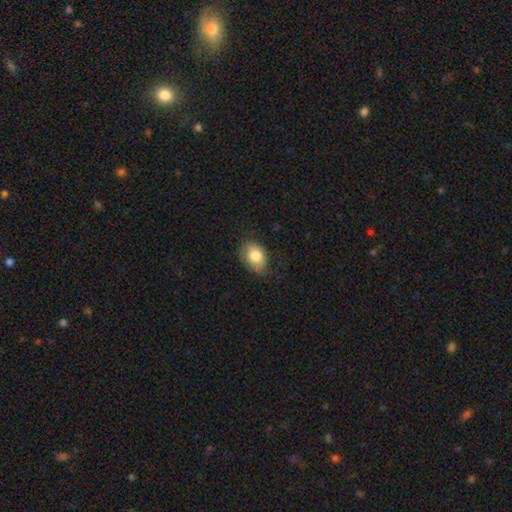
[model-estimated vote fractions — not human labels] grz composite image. It shows a smooth galaxy with no disk features (80%) that is in between round and cigar-shaped (72%). Merging: none (66%).